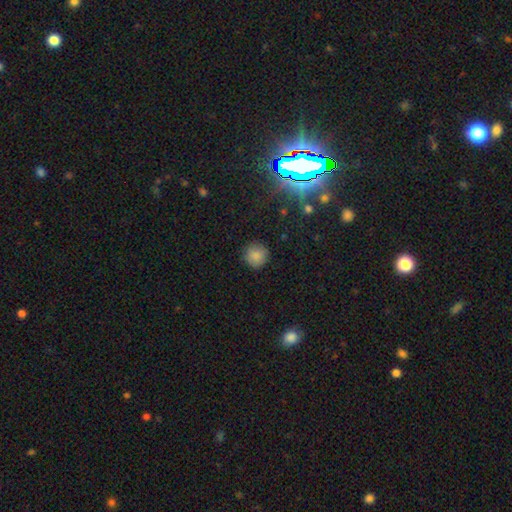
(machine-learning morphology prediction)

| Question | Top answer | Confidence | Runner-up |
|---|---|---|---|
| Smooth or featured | smooth | 84% | star or artifact (11%) |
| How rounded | round | 94% | in between (5%) |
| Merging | none | 88% | minor disturbance (8%) |